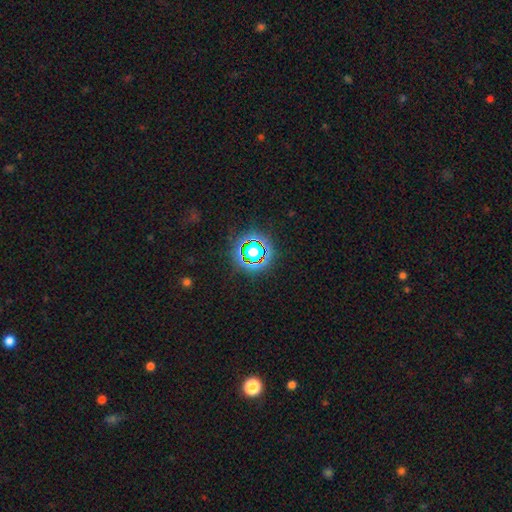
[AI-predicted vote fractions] This is likely a star or artifact rather than a galaxy (79%).